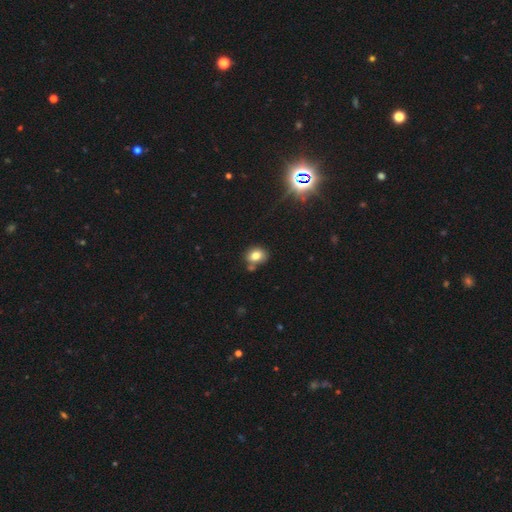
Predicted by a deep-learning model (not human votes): smooth_or_featured: smooth (p=0.78) [alt: star or artifact p=0.12]
how_rounded: round (p=0.56) [alt: in between p=0.43]
merging: none (p=0.66) [alt: merger p=0.16]